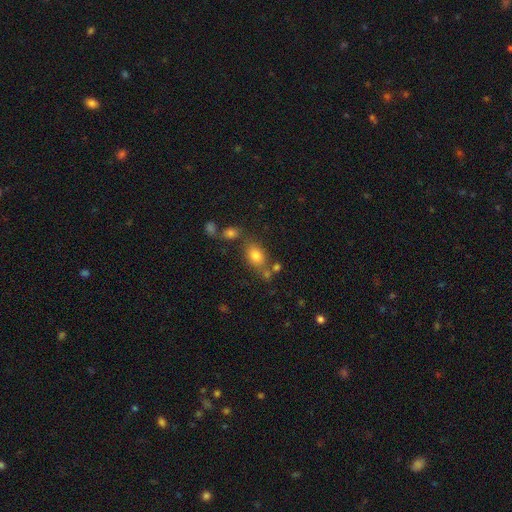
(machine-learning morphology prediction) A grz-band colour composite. It shows a smooth galaxy with no disk features (79%) that is in between round and cigar-shaped (75%). Merging: none (63%).